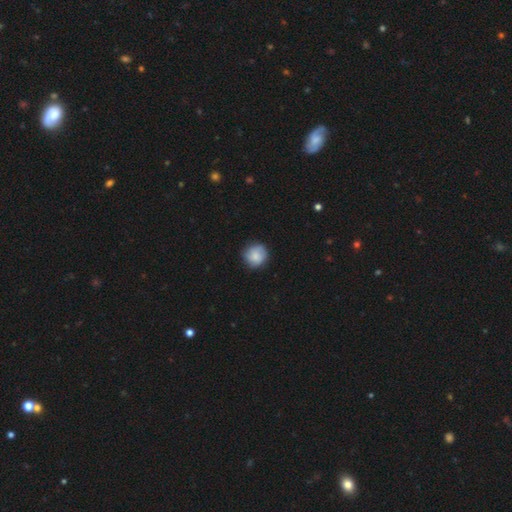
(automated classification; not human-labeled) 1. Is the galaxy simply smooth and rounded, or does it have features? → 75% smooth, 18% featured or disk, 7% star or artifact.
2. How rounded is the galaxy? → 90% round, 9% in between, 1% cigar-shaped.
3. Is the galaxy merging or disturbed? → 80% none, 16% minor disturbance, 3% major disturbance, 1% merger.